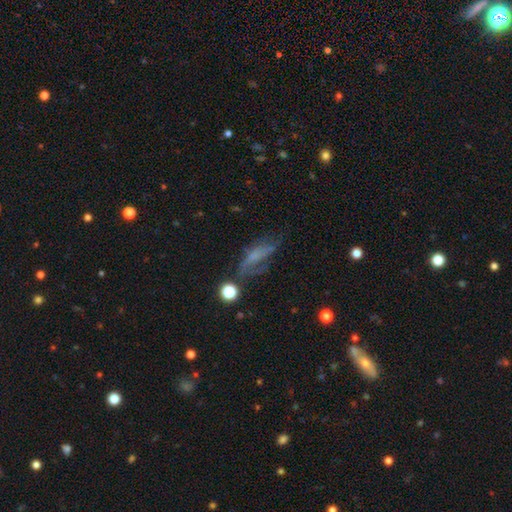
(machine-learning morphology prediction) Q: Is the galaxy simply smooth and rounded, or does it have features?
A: featured or disk — 47%.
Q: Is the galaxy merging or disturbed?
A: none — 39%.